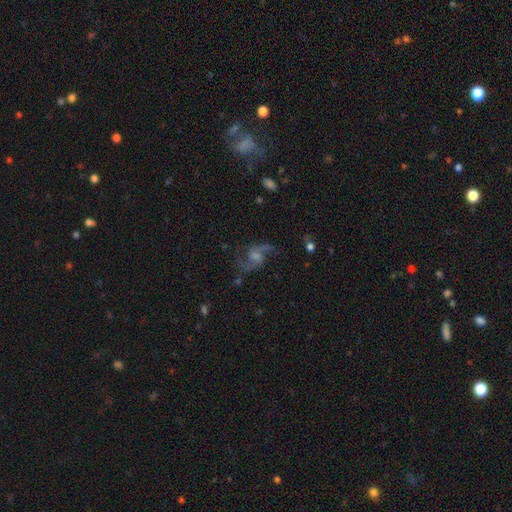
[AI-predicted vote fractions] featured or disk 80%, star or artifact 12%, smooth 8%. Down the decision tree: edge-on disk — no (96%); bar — no (49%); spiral arms — yes (95%); spiral arm count — 2 (90%); spiral winding — loose (60%); bulge size — moderate (41%); merging — none (72%).